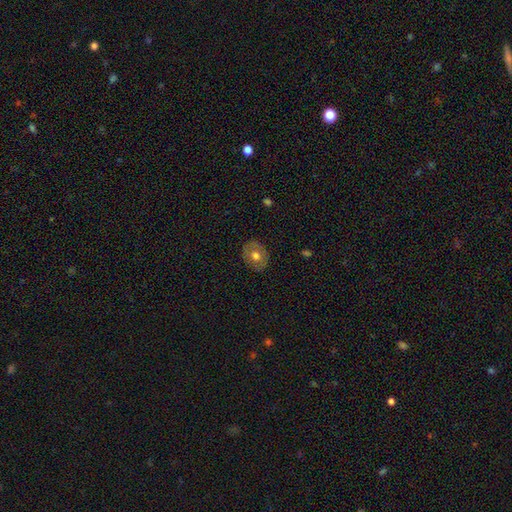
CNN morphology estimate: Smooth or featured: smooth — 61% (featured or disk — 31%)
How rounded: round — 54% (in between — 45%)
Merging: none — 85% (minor disturbance — 11%)